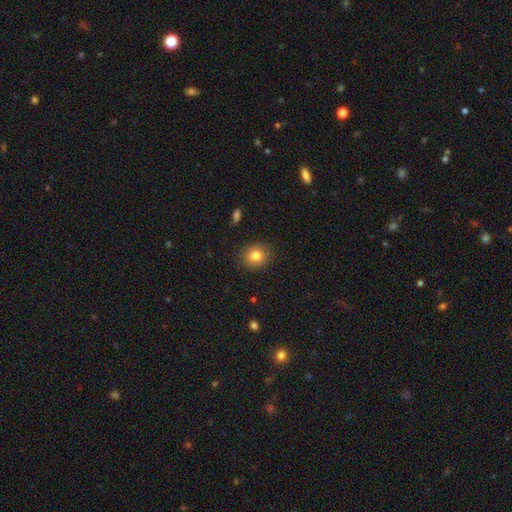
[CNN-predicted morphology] smooth 81%, star or artifact 10%, featured or disk 9%. Down the decision tree: how rounded — round (73%); merging — none (88%).